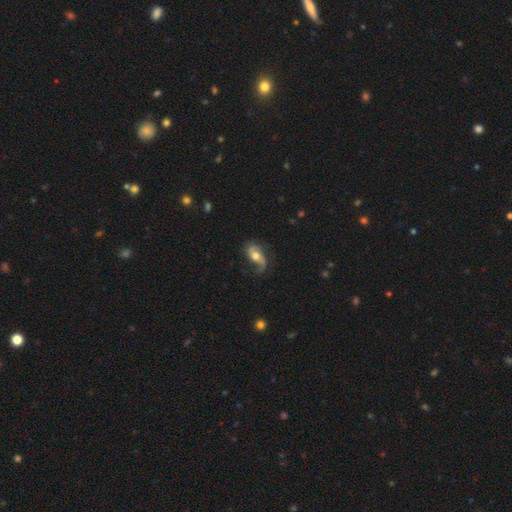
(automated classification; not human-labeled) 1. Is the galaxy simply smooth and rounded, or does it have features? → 69% featured or disk, 24% smooth, 7% star or artifact.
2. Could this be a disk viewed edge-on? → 93% no, 7% yes.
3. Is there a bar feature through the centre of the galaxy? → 56% no, 29% weak, 15% strong.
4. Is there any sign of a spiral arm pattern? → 89% yes, 11% no.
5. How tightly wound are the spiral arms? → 63% loose, 27% medium, 10% tight.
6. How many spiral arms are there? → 71% 2, 21% 1, 5% can't tell, 1% 3, 1% 4, 1% more than 4.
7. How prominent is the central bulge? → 69% moderate, 16% small, 12% large, 2% none, 1% dominant.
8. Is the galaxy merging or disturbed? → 56% none, 24% minor disturbance, 18% major disturbance, 2% merger.